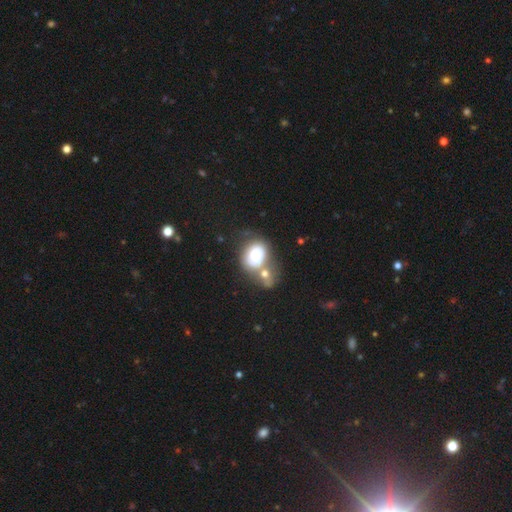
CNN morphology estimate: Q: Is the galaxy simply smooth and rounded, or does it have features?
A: smooth — 58%.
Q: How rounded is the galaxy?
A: in between — 60%.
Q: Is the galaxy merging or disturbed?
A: merger — 50%.